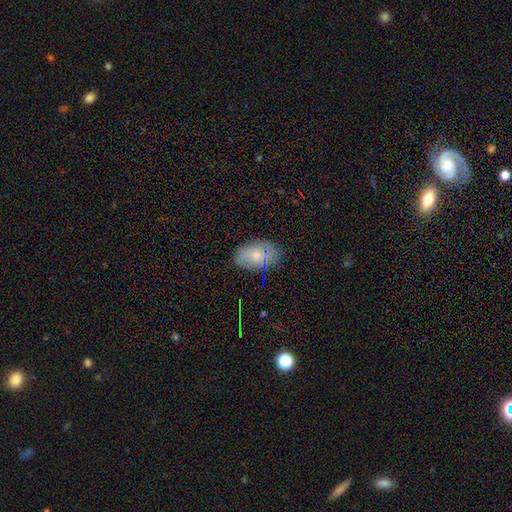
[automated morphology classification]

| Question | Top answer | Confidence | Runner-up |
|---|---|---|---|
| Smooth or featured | smooth | 67% | featured or disk (21%) |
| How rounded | in between | 91% | round (7%) |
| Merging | none | 79% | minor disturbance (16%) |